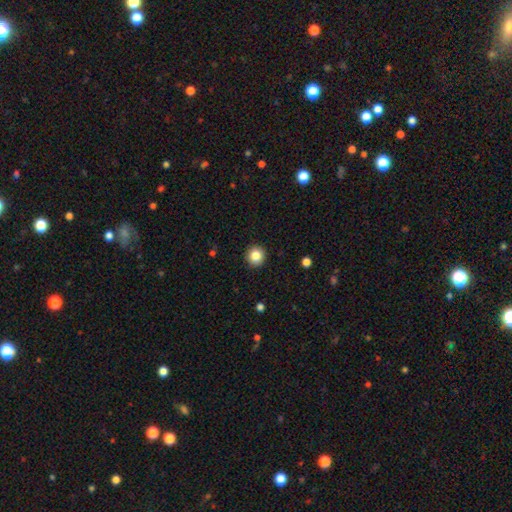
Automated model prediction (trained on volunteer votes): Smooth or featured?
  - smooth: 84% *
  - star or artifact: 10%
  - featured or disk: 5%
How rounded?
  - round: 93% *
  - in between: 6%
  - cigar-shaped: 1%
Merging?
  - none: 92% *
  - minor disturbance: 5%
  - major disturbance: 2%
  - merger: 1%